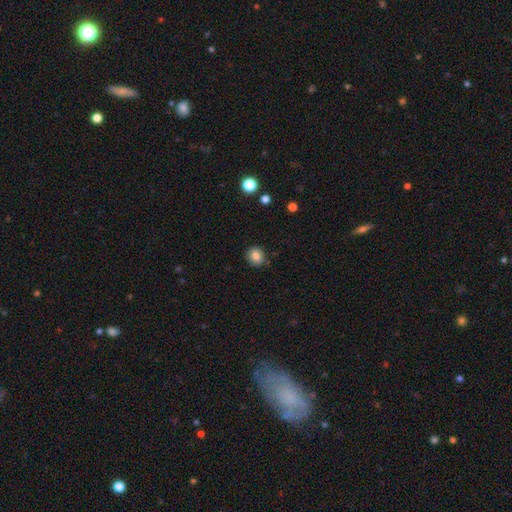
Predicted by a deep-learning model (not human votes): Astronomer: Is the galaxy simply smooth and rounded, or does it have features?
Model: smooth — 82%.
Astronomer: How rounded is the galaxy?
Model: round — 83%.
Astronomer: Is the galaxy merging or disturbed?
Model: none — 88%.